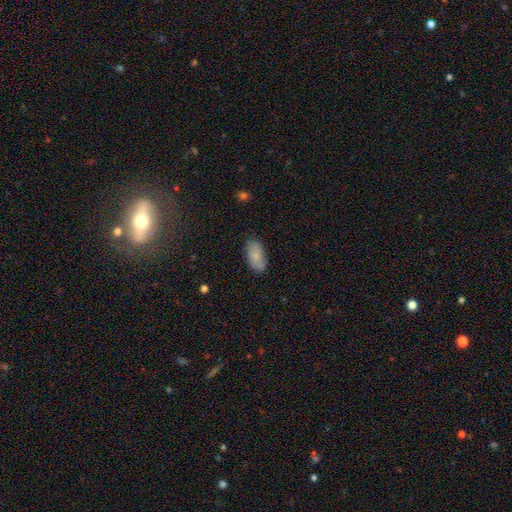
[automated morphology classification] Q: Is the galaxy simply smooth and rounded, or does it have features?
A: smooth — 76%.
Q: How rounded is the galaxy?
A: in between — 93%.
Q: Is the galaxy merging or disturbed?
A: none — 78%.